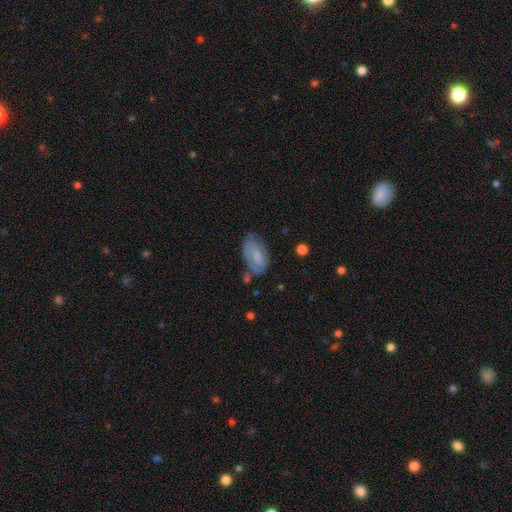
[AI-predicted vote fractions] smooth_or_featured: smooth (p=0.61) [alt: featured or disk p=0.32]
how_rounded: in between (p=0.92) [alt: round p=0.05]
merging: none (p=0.51) [alt: minor disturbance p=0.32]